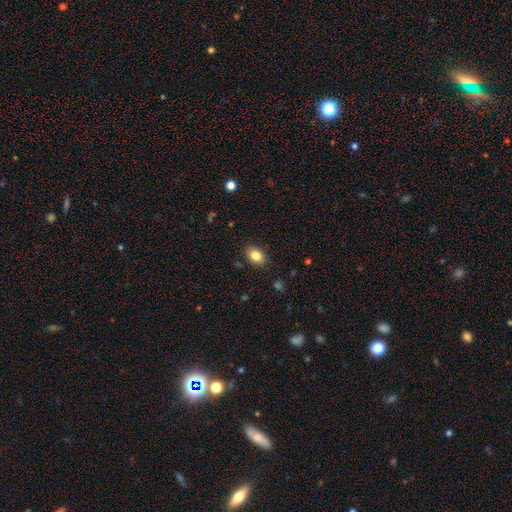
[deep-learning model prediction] smooth_or_featured: smooth (p=0.84) [alt: star or artifact p=0.09]
how_rounded: in between (p=0.74) [alt: round p=0.25]
merging: none (p=0.87) [alt: minor disturbance p=0.09]